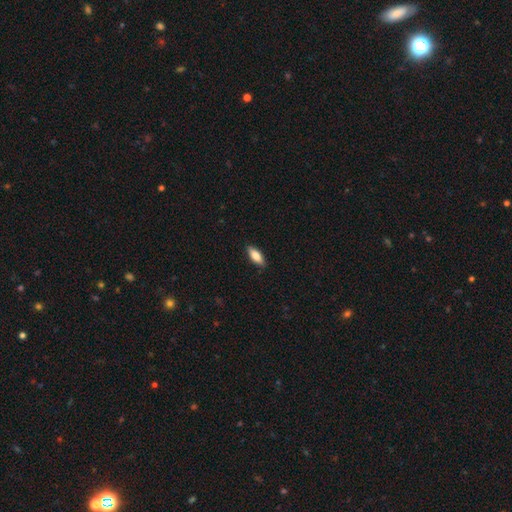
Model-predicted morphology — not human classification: Smooth or featured?
  - smooth: 80% *
  - featured or disk: 14%
  - star or artifact: 6%
How rounded?
  - in between: 74% *
  - cigar-shaped: 24%
  - round: 2%
Merging?
  - none: 88% *
  - minor disturbance: 9%
  - major disturbance: 2%
  - merger: 1%